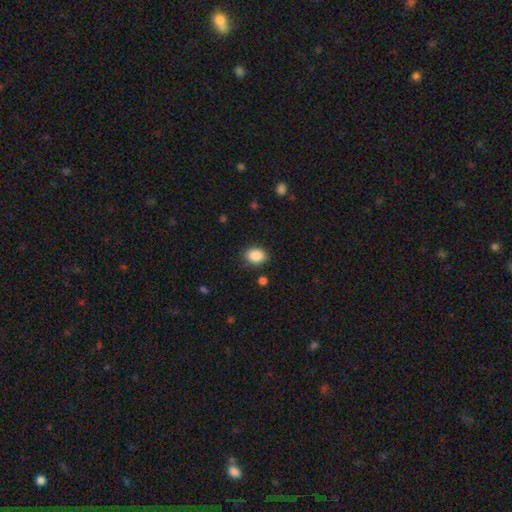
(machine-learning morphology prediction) type=smooth (88%); roundness=in between (71%); merging=none (81%).